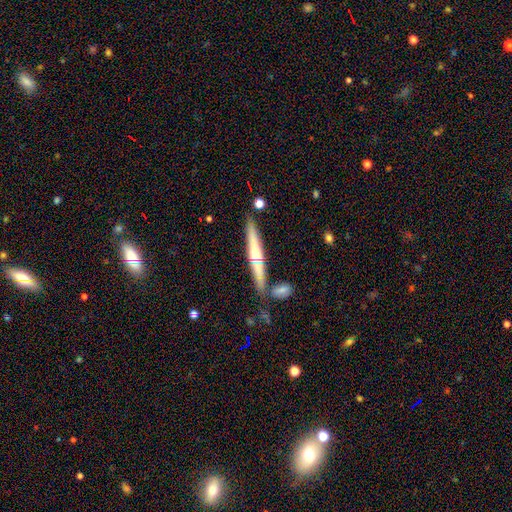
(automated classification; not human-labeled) Morphology: type=featured or disk (53%); edge-on=yes (93%); merging=none (74%).